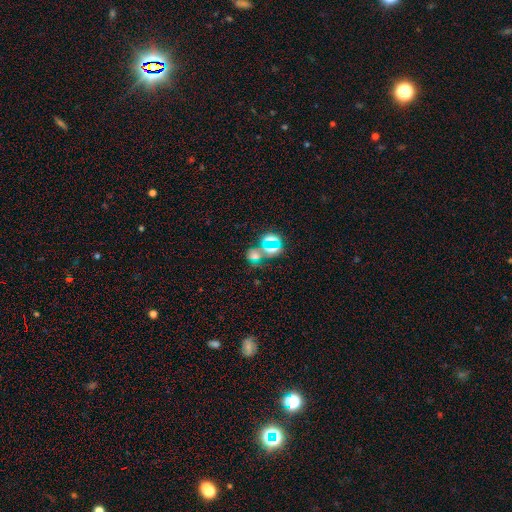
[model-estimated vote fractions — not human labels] This appears to be a star or artifact, not a galaxy (48%).